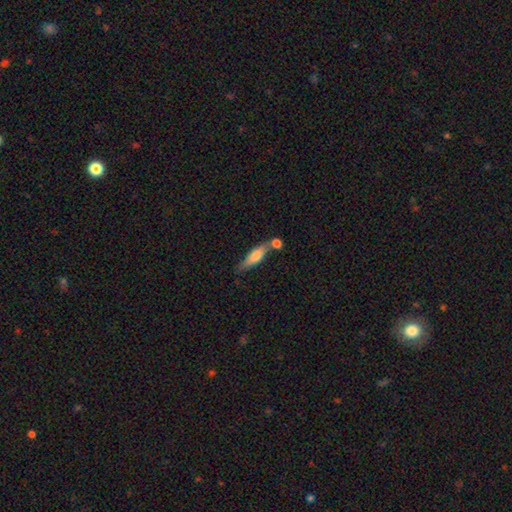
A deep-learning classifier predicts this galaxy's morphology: smooth_or_featured: smooth (p=0.60) [alt: featured or disk p=0.34]
how_rounded: cigar-shaped (p=0.64) [alt: in between p=0.33]
merging: none (p=0.48) [alt: merger p=0.32]